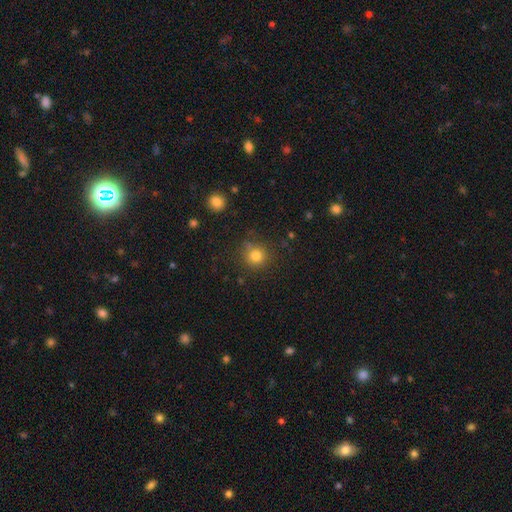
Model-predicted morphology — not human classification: A smooth galaxy with no disk features (80%) that is round (92%). Merging: none (81%).